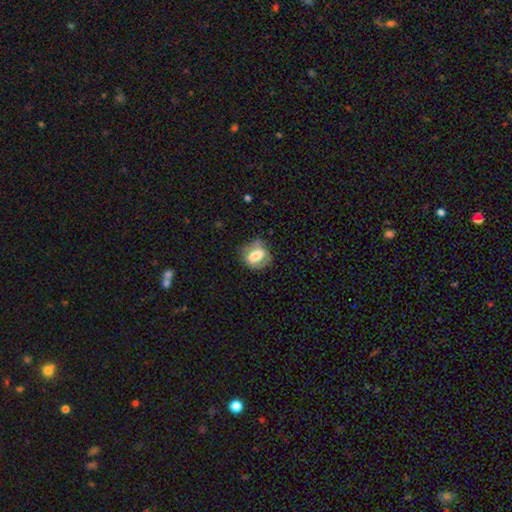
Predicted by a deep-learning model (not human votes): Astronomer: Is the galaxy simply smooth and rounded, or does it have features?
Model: smooth — 58% (runner-up: featured or disk, 34%).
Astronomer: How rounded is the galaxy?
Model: in between — 55% (runner-up: round, 41%).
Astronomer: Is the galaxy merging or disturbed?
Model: none — 65%.